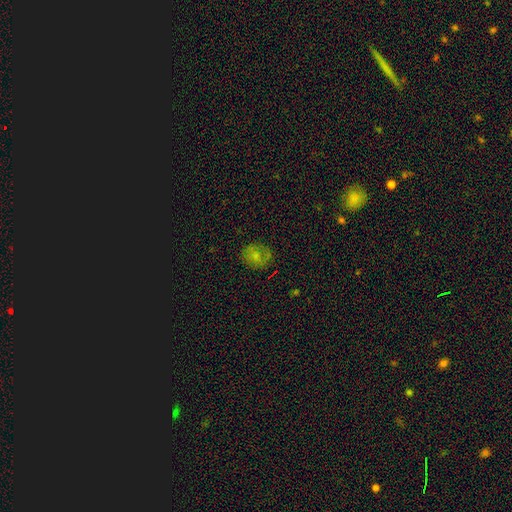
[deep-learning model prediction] smooth-or-featured: smooth: 60% | featured or disk: 25% | star or artifact: 14%
  how-rounded: round: 71% | in between: 28% | cigar-shaped: 1%
  merging: none: 72% | minor disturbance: 18% | major disturbance: 8% | merger: 2%